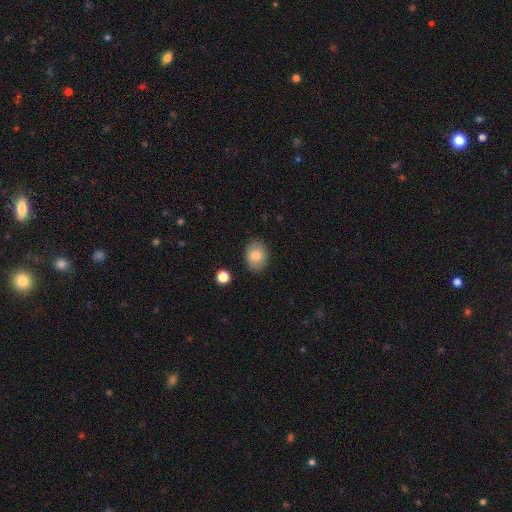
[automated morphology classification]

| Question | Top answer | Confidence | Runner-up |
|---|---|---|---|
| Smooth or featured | smooth | 79% | featured or disk (13%) |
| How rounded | in between | 62% | round (37%) |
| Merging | none | 88% | minor disturbance (9%) |